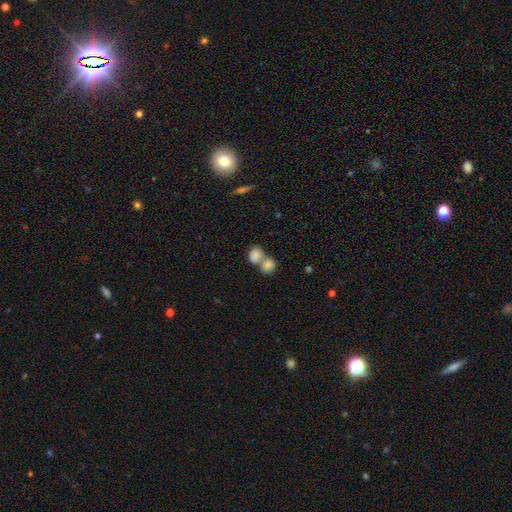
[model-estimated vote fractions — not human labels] smooth_or_featured: smooth (p=0.81) [alt: featured or disk p=0.11]
how_rounded: in between (p=0.55) [alt: round p=0.44]
merging: merger (p=0.68) [alt: none p=0.23]